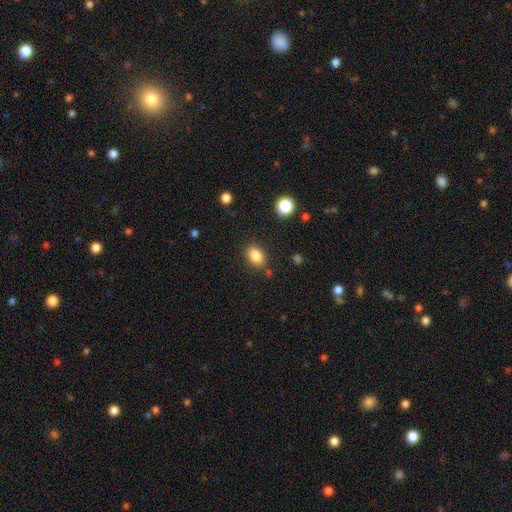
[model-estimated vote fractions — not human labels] Smooth or featured: smooth — 84% (star or artifact — 9%)
How rounded: in between — 76% (round — 23%)
Merging: none — 82% (minor disturbance — 11%)